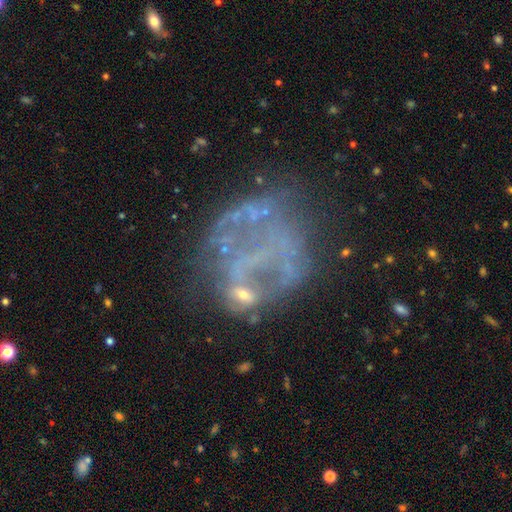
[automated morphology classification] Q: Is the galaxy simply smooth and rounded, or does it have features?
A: featured or disk — 60%.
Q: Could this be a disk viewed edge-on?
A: no — 98%.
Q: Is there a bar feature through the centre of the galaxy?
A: no — 85%.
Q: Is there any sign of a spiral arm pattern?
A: no — 86%.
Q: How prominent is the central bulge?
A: none — 81%.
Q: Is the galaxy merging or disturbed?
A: none — 54%.